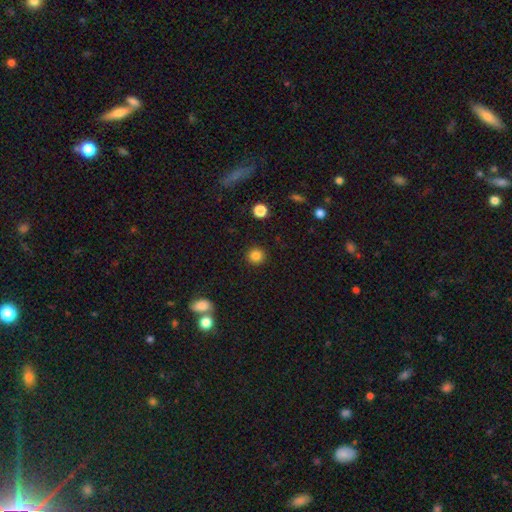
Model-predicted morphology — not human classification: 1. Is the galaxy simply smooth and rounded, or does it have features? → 84% smooth, 12% star or artifact, 4% featured or disk.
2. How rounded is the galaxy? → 93% round, 6% in between, 1% cigar-shaped.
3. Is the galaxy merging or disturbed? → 92% none, 5% minor disturbance, 2% major disturbance, 1% merger.